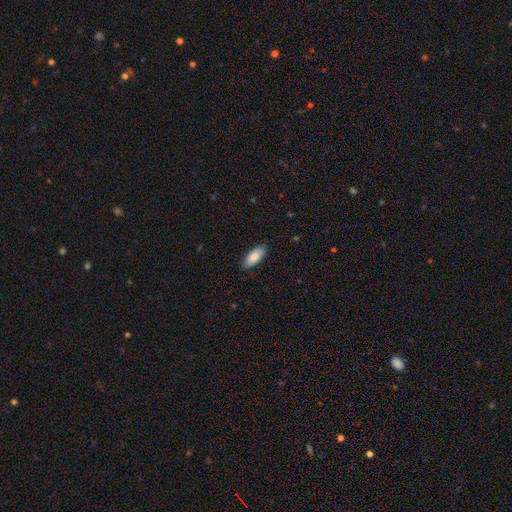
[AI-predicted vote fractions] Overall: smooth (86%). How rounded: in between (84%). Merging: none (87%).